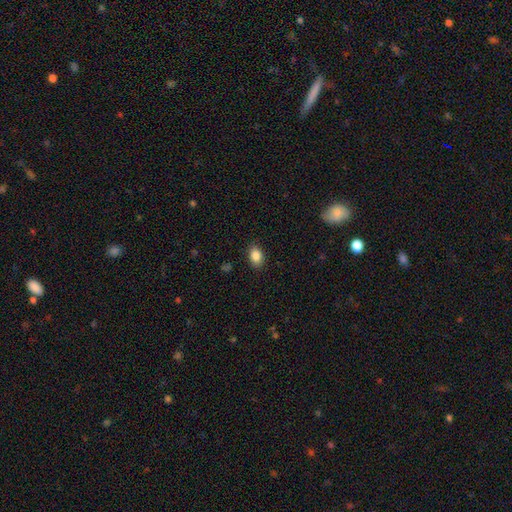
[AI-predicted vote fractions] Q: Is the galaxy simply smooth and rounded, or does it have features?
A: smooth — 87%.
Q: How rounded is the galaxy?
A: in between — 81%.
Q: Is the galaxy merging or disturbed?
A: none — 88%.